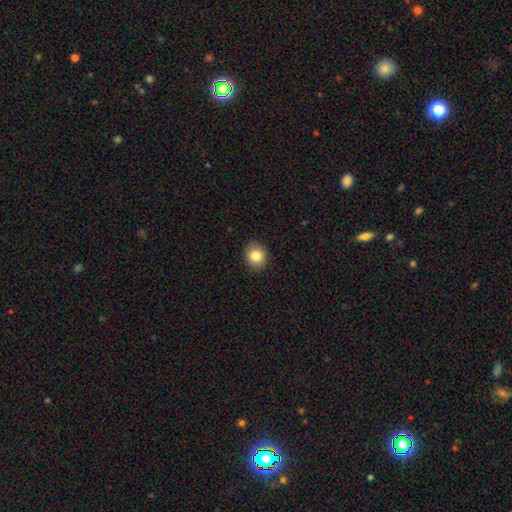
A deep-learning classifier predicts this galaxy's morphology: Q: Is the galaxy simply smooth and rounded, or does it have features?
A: smooth — 84%.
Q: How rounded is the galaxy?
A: round — 77%.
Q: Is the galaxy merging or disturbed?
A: none — 90%.